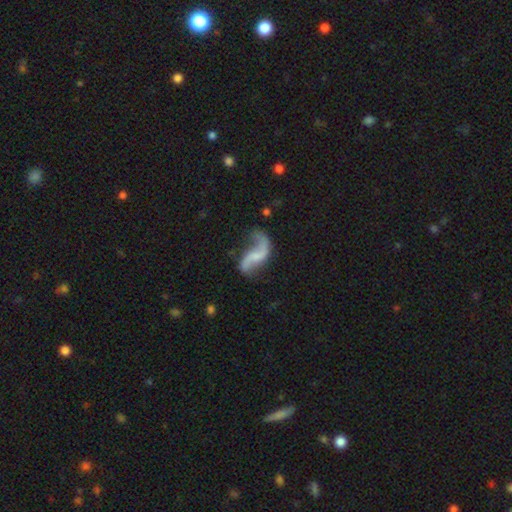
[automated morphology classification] Smooth or featured?
  - featured or disk: 85% *
  - smooth: 10%
  - star or artifact: 6%
Edge-on disk?
  - no: 97% *
  - yes: 3%
Bar?
  - no: 47% *
  - weak: 39%
  - strong: 14%
Spiral arms?
  - yes: 95% *
  - no: 5%
Spiral winding?
  - loose: 89% *
  - medium: 9%
  - tight: 2%
Spiral arm count?
  - 2: 87% *
  - 1: 8%
  - can't tell: 2%
  - 3: 1%
  - 4: 1%
  - more than 4: 1%
Bulge size?
  - none: 46% *
  - small: 37%
  - moderate: 14%
  - large: 2%
  - dominant: 1%
Merging?
  - none: 60% *
  - minor disturbance: 19%
  - major disturbance: 16%
  - merger: 4%